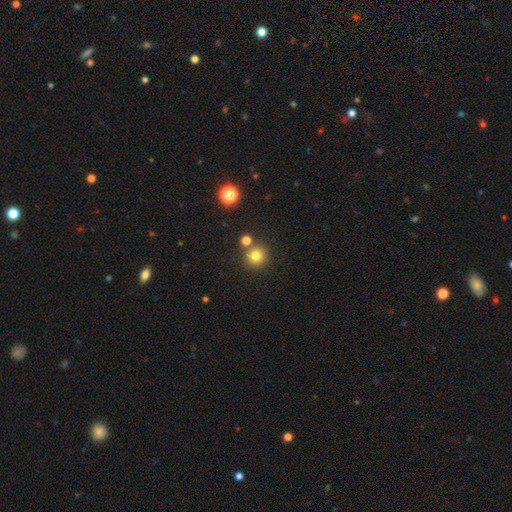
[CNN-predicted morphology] A smooth galaxy with no disk features (79%) that is round (93%). Merging: none (79%).